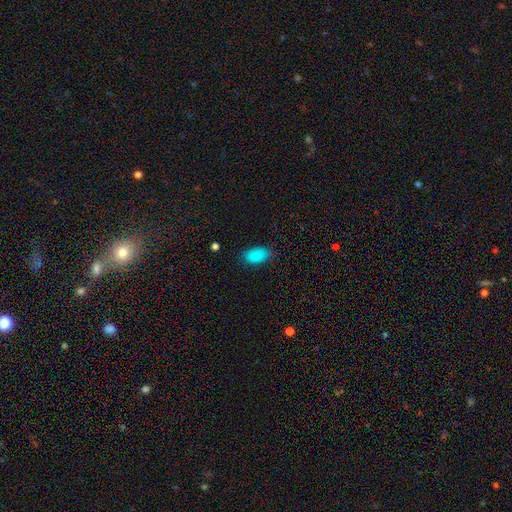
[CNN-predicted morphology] smooth 86%, star or artifact 9%, featured or disk 5%. Down the decision tree: how rounded — in between (92%); merging — none (77%).